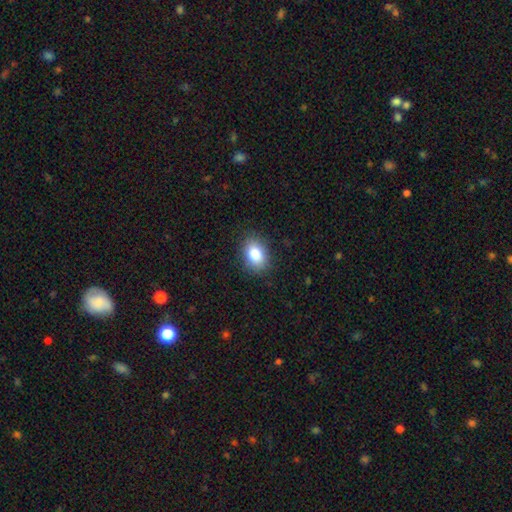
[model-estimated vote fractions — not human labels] Smooth or featured?
  - smooth: 84% *
  - star or artifact: 8%
  - featured or disk: 7%
How rounded?
  - in between: 79% *
  - round: 20%
  - cigar-shaped: 1%
Merging?
  - none: 86% *
  - minor disturbance: 10%
  - major disturbance: 3%
  - merger: 1%